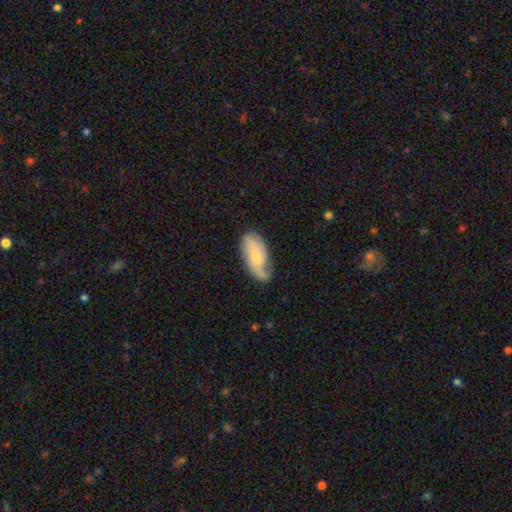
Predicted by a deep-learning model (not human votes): Overall: featured or disk (52%; smooth 41%). Edge-on disk: no (92%). Merging: none (54%; minor disturbance 31%).